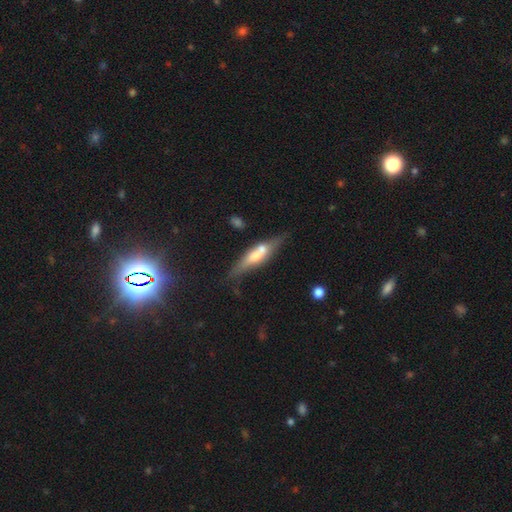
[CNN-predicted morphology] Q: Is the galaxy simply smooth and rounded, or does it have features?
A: featured or disk — 51%.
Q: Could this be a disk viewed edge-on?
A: yes — 80%.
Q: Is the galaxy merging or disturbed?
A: none — 58%.